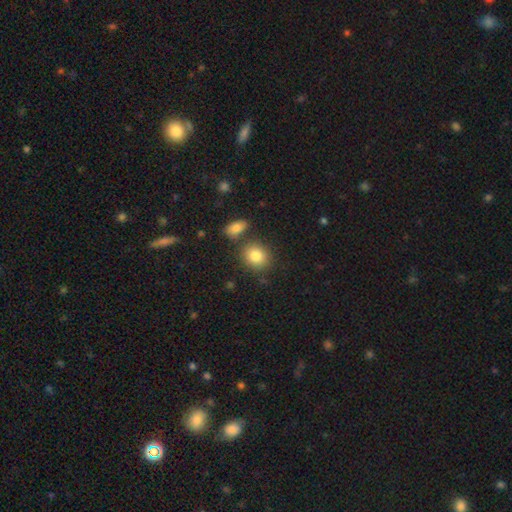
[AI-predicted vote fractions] Morphology: type=smooth (84%); roundness=round (68%); merging=none (74%).